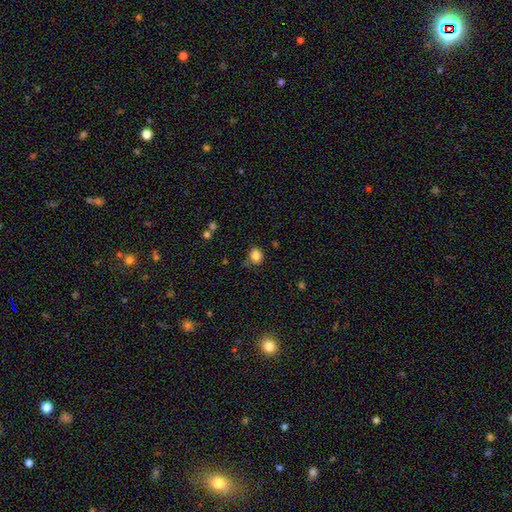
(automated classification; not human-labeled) Smooth or featured? smooth (84%)
How rounded? round (70%)
Merging? none (74%)